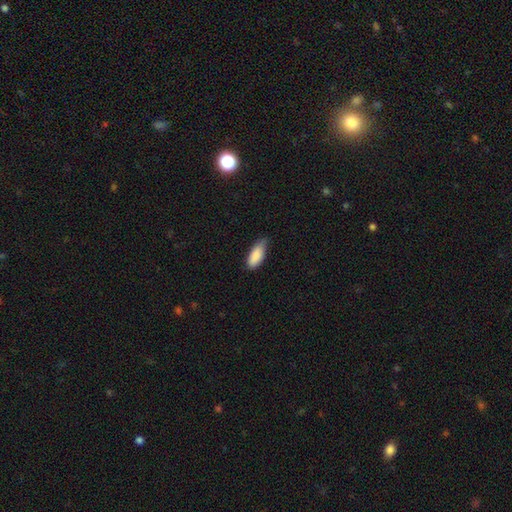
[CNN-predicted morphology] Smooth or featured: smooth — 87% (featured or disk — 6%)
How rounded: in between — 82% (cigar-shaped — 16%)
Merging: none — 53% (minor disturbance — 40%)